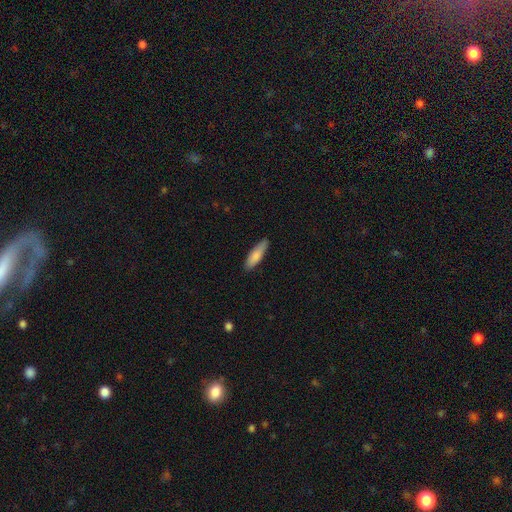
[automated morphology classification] Overall: smooth (81%). How rounded: cigar-shaped (64%; in between 35%). Merging: none (85%).